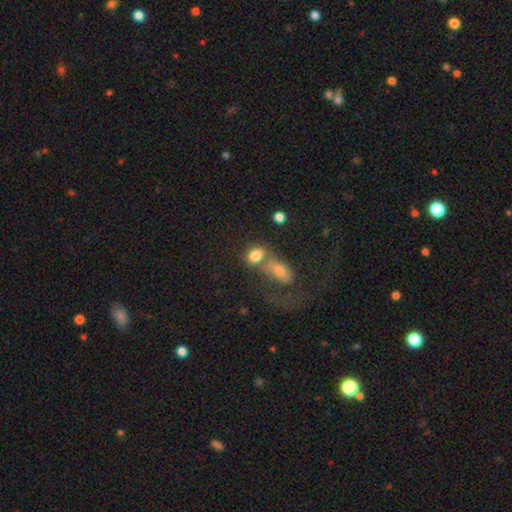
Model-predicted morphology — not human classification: Smooth or featured? Predicted: smooth (p=0.80). How rounded? Predicted: in between (p=0.71). Merging? Predicted: merger (p=0.47).